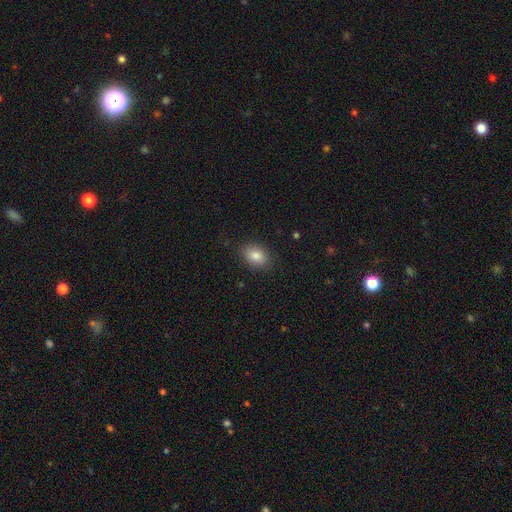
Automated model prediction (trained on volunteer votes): A smooth galaxy with no disk features (84%) that is in between round and cigar-shaped (76%).

Vote fractions:
- Smooth or featured? smooth: 84% / star or artifact: 9% / featured or disk: 7%
- How rounded? in between: 76% / round: 23% / cigar-shaped: 1%
- Merging? none: 86% / minor disturbance: 10% / major disturbance: 3% / merger: 1%